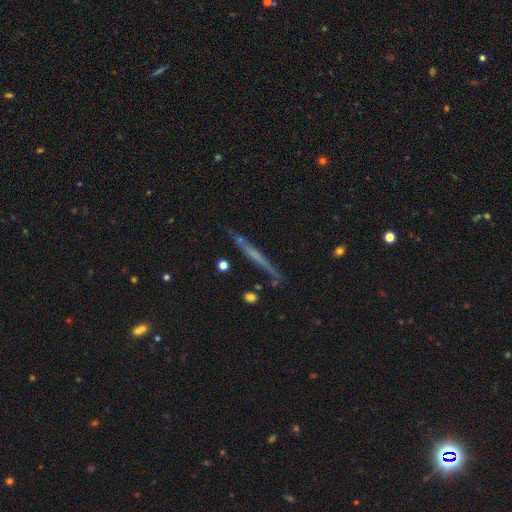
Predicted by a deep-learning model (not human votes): Morphology: type=featured or disk (54%); edge-on=yes (92%); merging=none (75%).